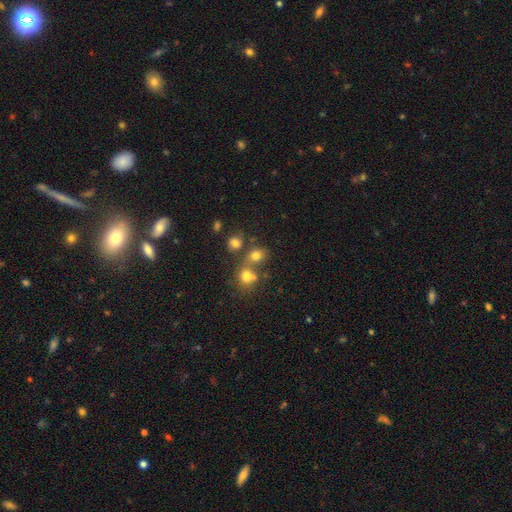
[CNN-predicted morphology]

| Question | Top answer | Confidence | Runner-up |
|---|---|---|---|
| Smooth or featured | smooth | 72% | star or artifact (17%) |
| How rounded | round | 62% | in between (37%) |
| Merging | none | 47% | merger (38%) |